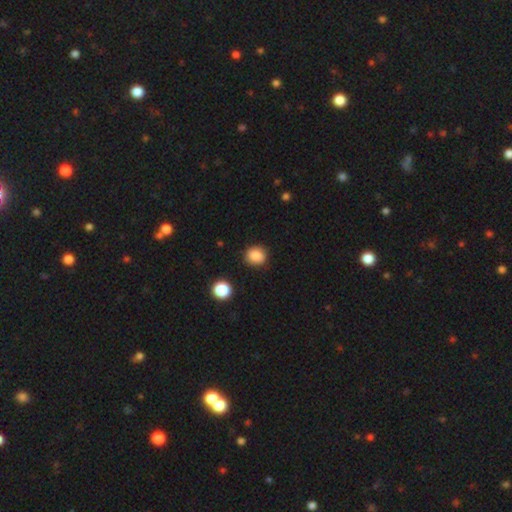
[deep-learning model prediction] smooth-or-featured: smooth: 86% | star or artifact: 9% | featured or disk: 5%
  how-rounded: round: 79% | in between: 20% | cigar-shaped: 1%
  merging: none: 87% | minor disturbance: 9% | major disturbance: 2% | merger: 2%